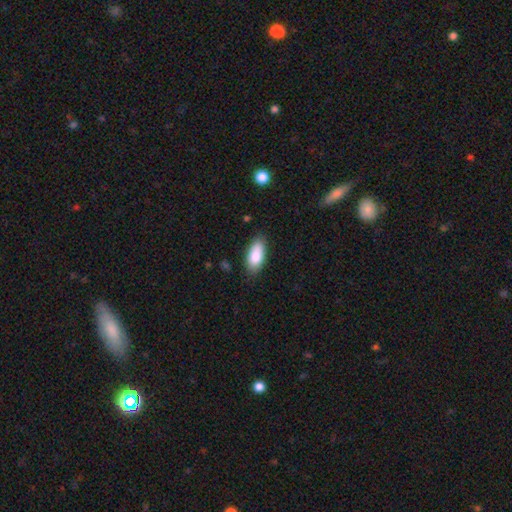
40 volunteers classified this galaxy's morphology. Smooth or featured? smooth (88%)
How rounded? in between (83%)
Merging? none (84%)